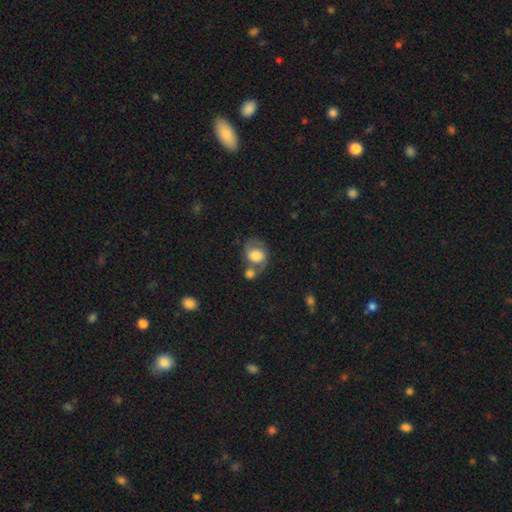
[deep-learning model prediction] The model was most divided on "merging": merger: 40%, none: 33%, minor disturbance: 16%, major disturbance: 11%. More confident: smooth or featured — smooth (58%); how rounded — round (58%).